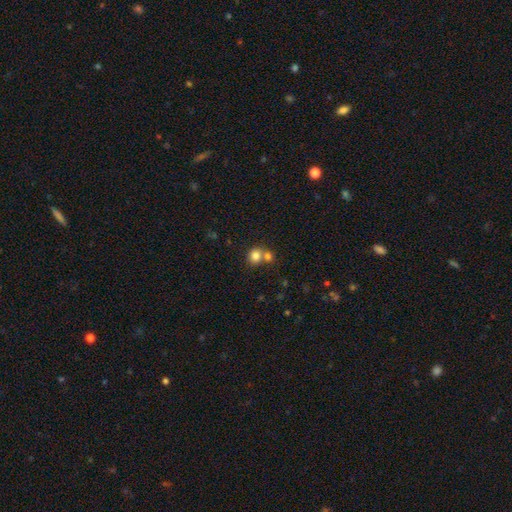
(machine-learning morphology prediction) Smooth or featured? smooth (81%)
How rounded? round (78%)
Merging? none (47%)